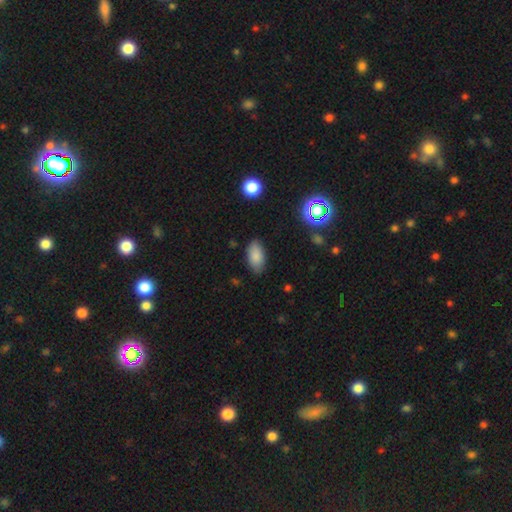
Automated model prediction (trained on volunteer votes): Smooth or featured? Predicted: smooth (p=0.84). How rounded? Predicted: in between (p=0.93). Merging? Predicted: none (p=0.83).